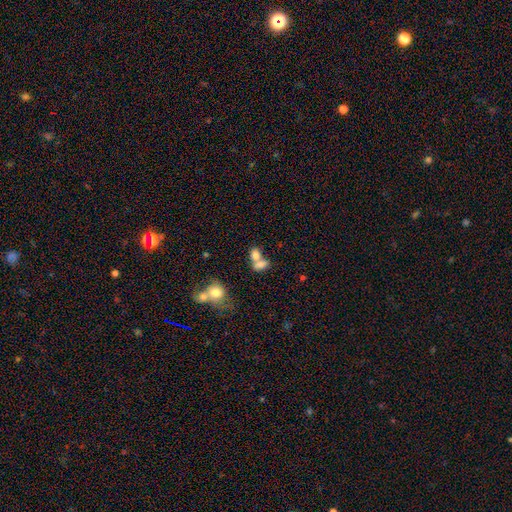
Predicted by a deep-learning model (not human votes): The model was most divided on "merging": merger: 63%, none: 24%, minor disturbance: 7%, major disturbance: 5%. More confident: smooth or featured — smooth (76%); how rounded — in between (73%).